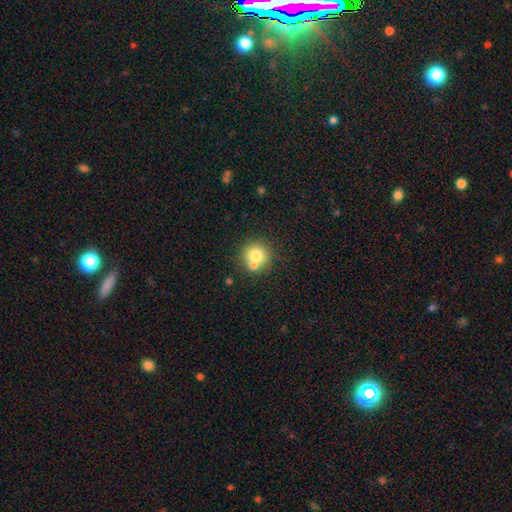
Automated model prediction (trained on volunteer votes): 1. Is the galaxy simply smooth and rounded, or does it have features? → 75% smooth, 14% featured or disk, 11% star or artifact.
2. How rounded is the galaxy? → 92% round, 7% in between, 1% cigar-shaped.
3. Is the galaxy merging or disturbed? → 61% none, 27% merger, 9% minor disturbance, 3% major disturbance.